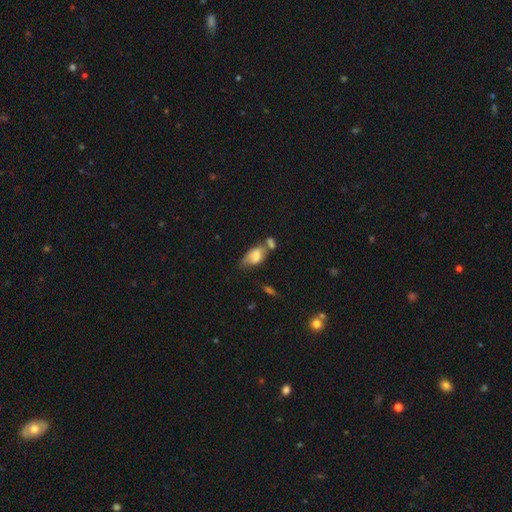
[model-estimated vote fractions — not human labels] Smooth or featured?
  - smooth: 68% *
  - featured or disk: 24%
  - star or artifact: 9%
How rounded?
  - in between: 90% *
  - round: 6%
  - cigar-shaped: 4%
Merging?
  - merger: 31% * (tied)
  - none: 31% * (tied)
  - minor disturbance: 25%
  - major disturbance: 13%